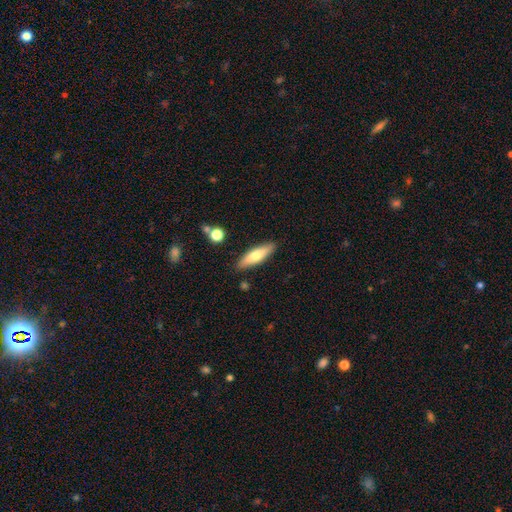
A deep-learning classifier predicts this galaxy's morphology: Smooth or featured: smooth — 62% (featured or disk — 32%)
How rounded: cigar-shaped — 64% (in between — 34%)
Merging: none — 86% (minor disturbance — 9%)